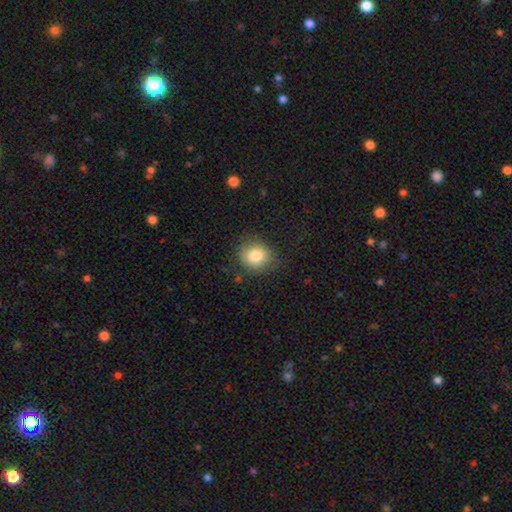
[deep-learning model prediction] Overall: smooth (81%). How rounded: round (77%). Merging: none (81%).